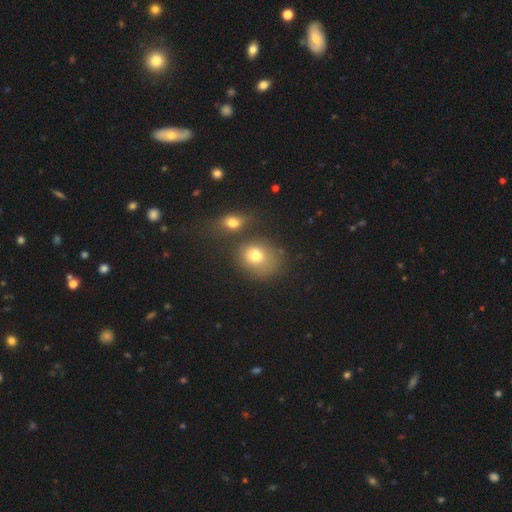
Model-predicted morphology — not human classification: Smooth or featured?
  - smooth: 74% *
  - featured or disk: 14%
  - star or artifact: 12%
How rounded?
  - round: 56% *
  - in between: 43%
  - cigar-shaped: 1%
Merging?
  - none: 45% *
  - merger: 29%
  - minor disturbance: 16%
  - major disturbance: 9%